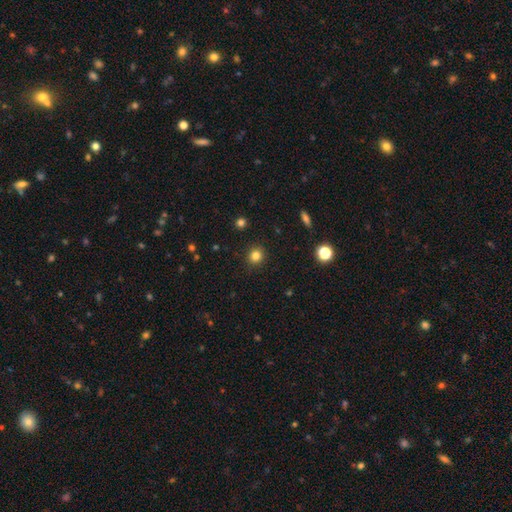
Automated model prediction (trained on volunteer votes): Q: Smooth or featured?
A: smooth (83%); runner-up: star or artifact (12%)
Q: How rounded?
A: round (88%); runner-up: in between (11%)
Q: Merging?
A: none (91%); runner-up: minor disturbance (6%)